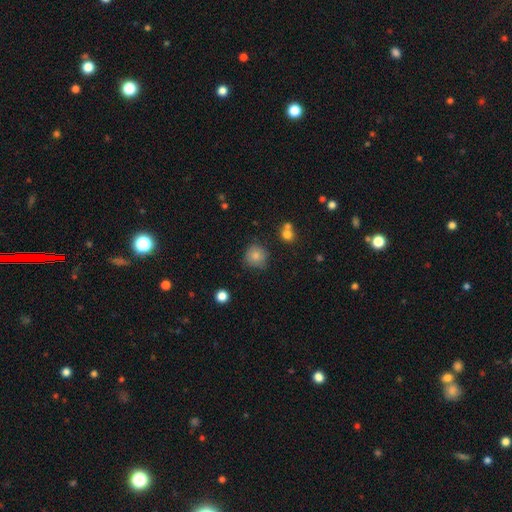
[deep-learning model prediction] This appears to be a smooth galaxy with no disk features (82%) that is round (90%). Merging: none (76%).